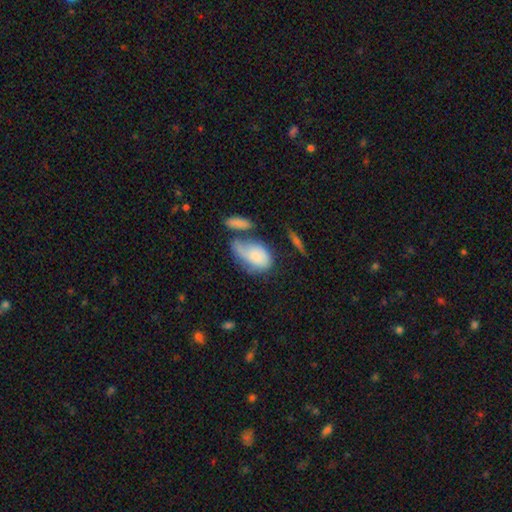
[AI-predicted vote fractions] A smooth galaxy with no disk features (72%) that is in between round and cigar-shaped (87%).

Vote fractions:
- Smooth or featured? smooth: 72% / featured or disk: 22% / star or artifact: 7%
- How rounded? in between: 87% / round: 10% / cigar-shaped: 3%
- Merging? merger: 29% / major disturbance: 25% / none: 24% / minor disturbance: 21%